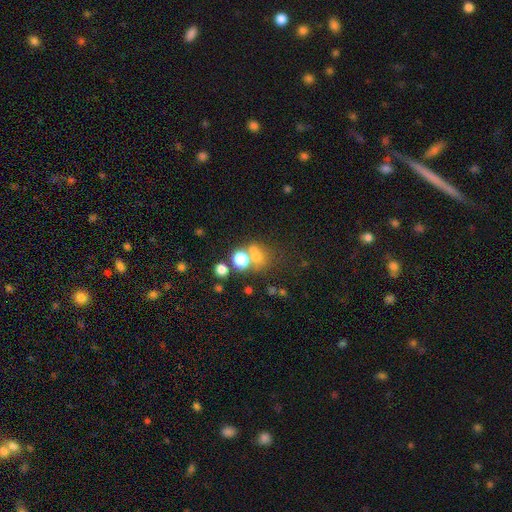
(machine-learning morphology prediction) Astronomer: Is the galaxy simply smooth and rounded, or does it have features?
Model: smooth — 63%.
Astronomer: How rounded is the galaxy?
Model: round — 72%.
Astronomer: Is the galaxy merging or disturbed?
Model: none — 44% (runner-up: merger, 39%).